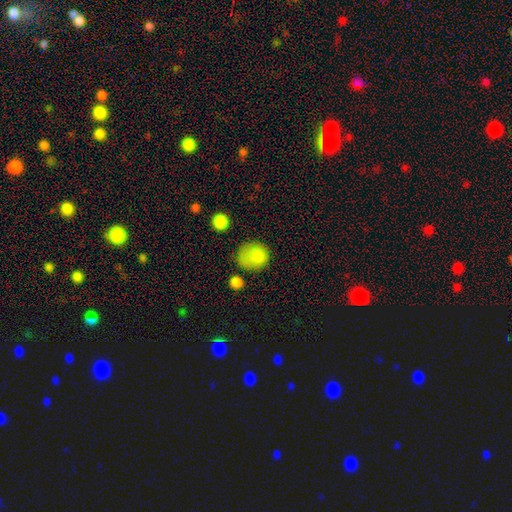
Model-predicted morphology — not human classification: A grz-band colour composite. It shows a smooth galaxy with no disk features (84%) that is round (78%). Merging: none (58%).